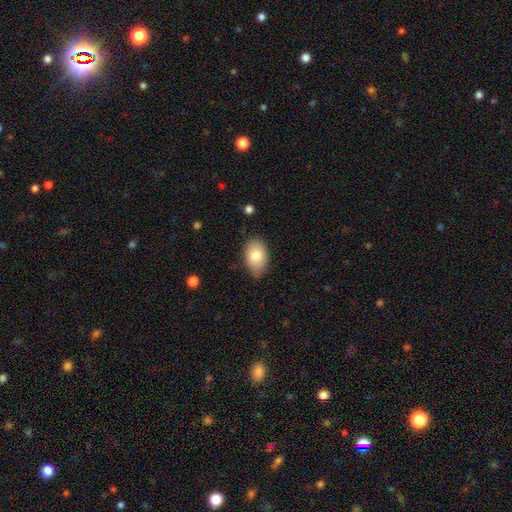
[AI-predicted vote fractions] This is clearly a smooth galaxy (80%). How rounded: clearly in between (89%). Merging: likely none (77%).